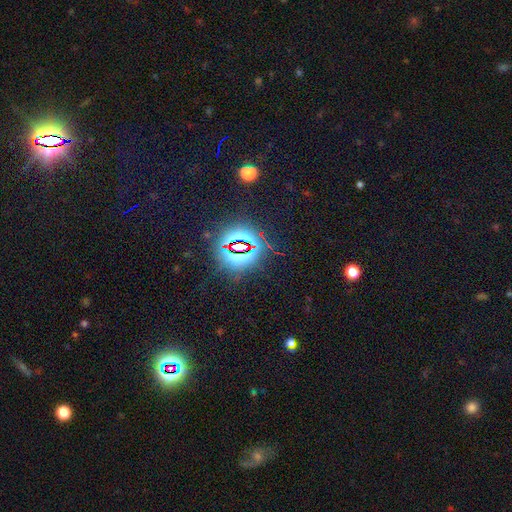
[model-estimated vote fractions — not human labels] smooth_or_featured: star or artifact (p=0.81) [alt: smooth p=0.11]